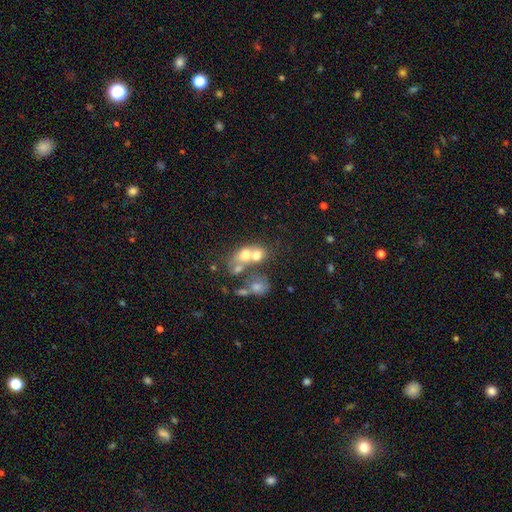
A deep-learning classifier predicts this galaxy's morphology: smooth-or-featured: smooth: 59% | featured or disk: 27% | star or artifact: 14%
  how-rounded: round: 56% | in between: 42% | cigar-shaped: 2%
  merging: merger: 63% | none: 22% | minor disturbance: 7% | major disturbance: 7%